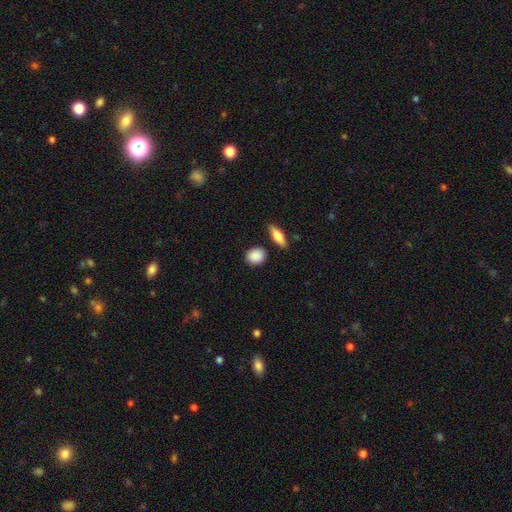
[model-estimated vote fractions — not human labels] This appears to be a smooth galaxy with no disk features (89%) that is round (65%). Merging: none (83%).